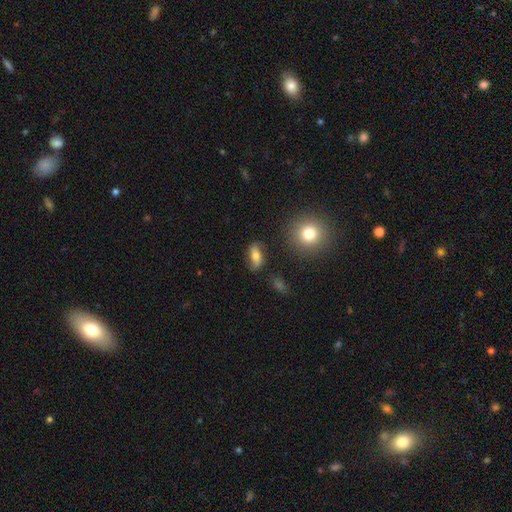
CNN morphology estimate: A smooth galaxy with no disk features (57%) that is in between round and cigar-shaped (76%).

Vote fractions:
- Smooth or featured? smooth: 57% / featured or disk: 34% / star or artifact: 10%
- How rounded? in between: 76% / cigar-shaped: 15% / round: 10%
- Merging? none: 78% / minor disturbance: 14% / major disturbance: 4% / merger: 3%